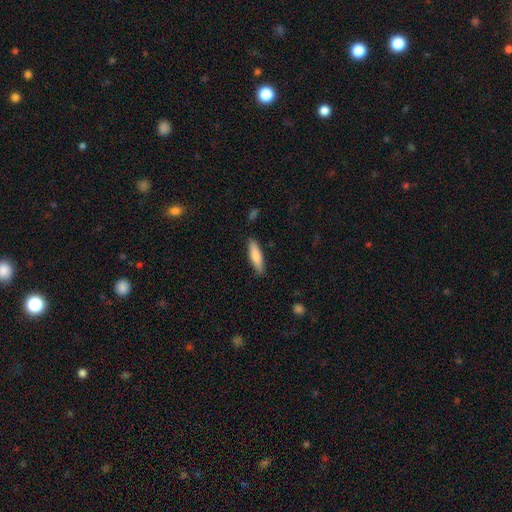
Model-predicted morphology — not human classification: A smooth galaxy with no disk features (79%) that is cigar-shaped (67%).

Vote fractions:
- Smooth or featured? smooth: 79% / featured or disk: 15% / star or artifact: 5%
- How rounded? cigar-shaped: 67% / in between: 32% / round: 2%
- Merging? none: 87% / minor disturbance: 10% / major disturbance: 2% / merger: 1%